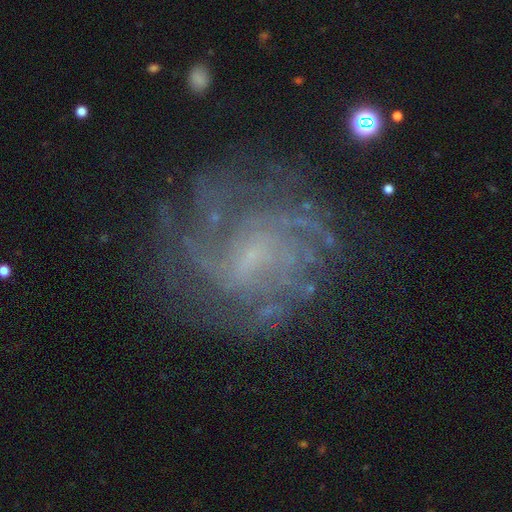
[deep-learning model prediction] Smooth or featured? Predicted: featured or disk (p=0.78). Edge-on disk? Predicted: no (p=0.98). Bar? Predicted: weak (p=0.47). Spiral arms? Predicted: yes (p=0.89). Spiral winding? Predicted: tight (p=0.48). Spiral arm count? Predicted: can't tell (p=0.44). Bulge size? Predicted: small (p=0.51). Merging? Predicted: none (p=0.71).